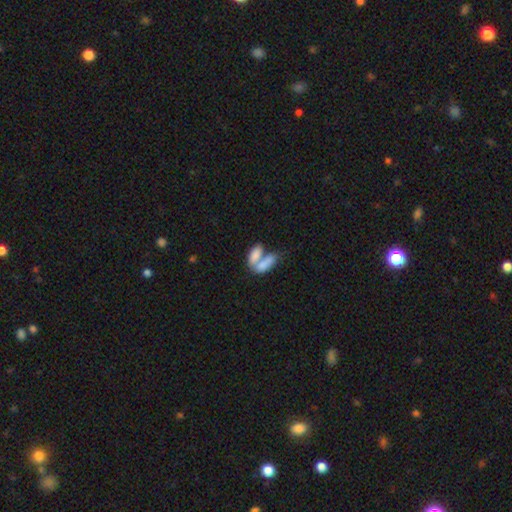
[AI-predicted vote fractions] This is likely a smooth galaxy (76%). How rounded: clearly in between (83%). Merging: likely merger (68%).